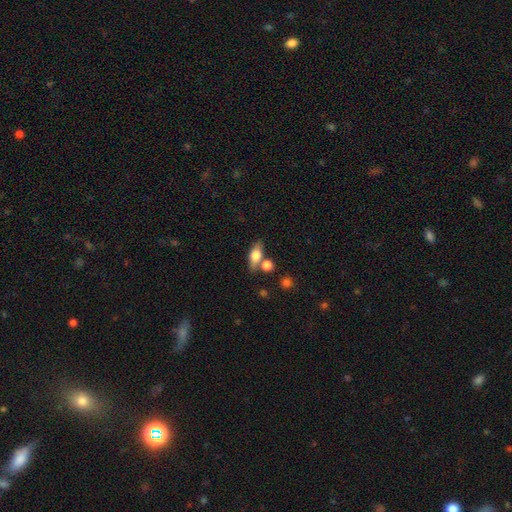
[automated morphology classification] smooth-or-featured: smooth: 65% | featured or disk: 26% | star or artifact: 8%
  how-rounded: in between: 72% | cigar-shaped: 19% | round: 9%
  merging: none: 64% | merger: 18% | minor disturbance: 13% | major disturbance: 5%